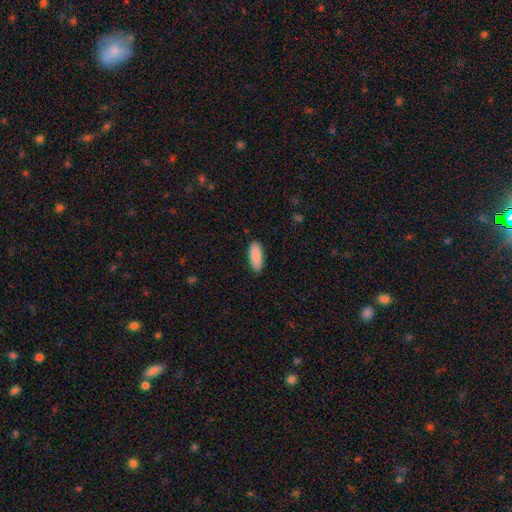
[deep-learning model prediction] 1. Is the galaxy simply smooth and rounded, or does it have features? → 90% smooth, 6% star or artifact, 4% featured or disk.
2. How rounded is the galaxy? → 75% in between, 24% cigar-shaped, 2% round.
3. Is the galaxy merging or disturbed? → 88% none, 9% minor disturbance, 2% major disturbance, 1% merger.